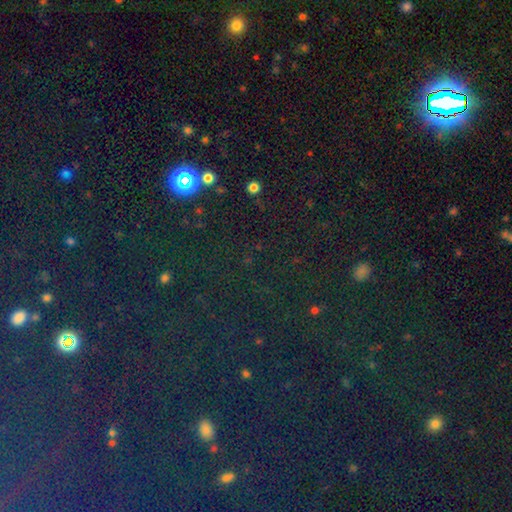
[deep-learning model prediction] A star or artifact, not a galaxy (77%).

Vote fractions:
- Smooth or featured? star or artifact: 77% / smooth: 16% / featured or disk: 8%